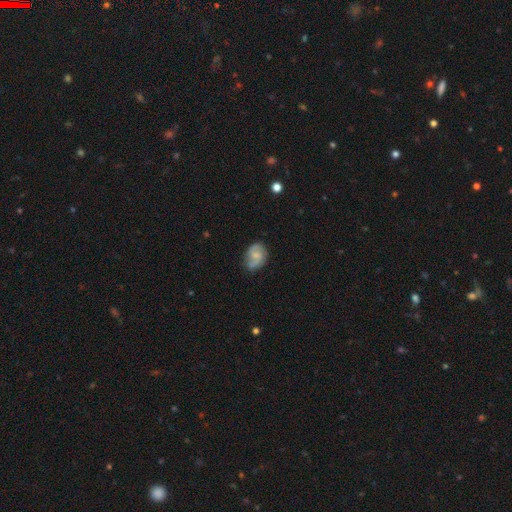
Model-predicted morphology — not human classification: This is possibly a featured or disk galaxy (56%). It is clearly not viewed edge-on (97%). Bar: possibly no (55%). Spiral arm pattern: clearly yes (87%). Central bulge: possibly small (51%). Merging: likely none (69%).